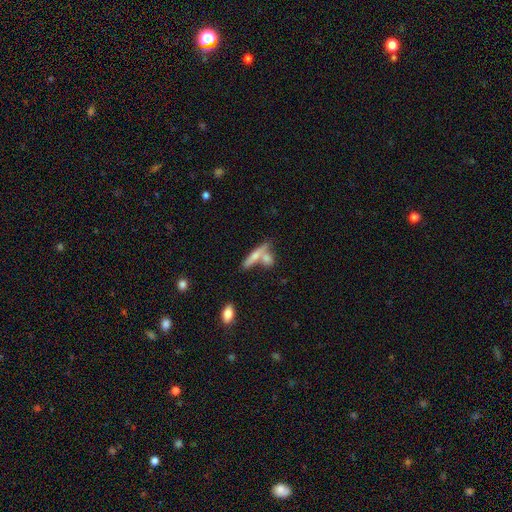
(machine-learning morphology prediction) This appears to be a smooth galaxy with no disk features (61%) that is cigar-shaped (75%). Merging: none (48%).